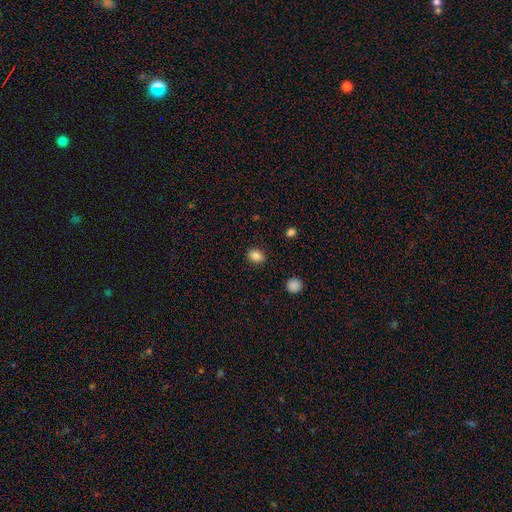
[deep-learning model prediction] Morphology: type=smooth (86%); roundness=in between (63%); merging=none (85%).